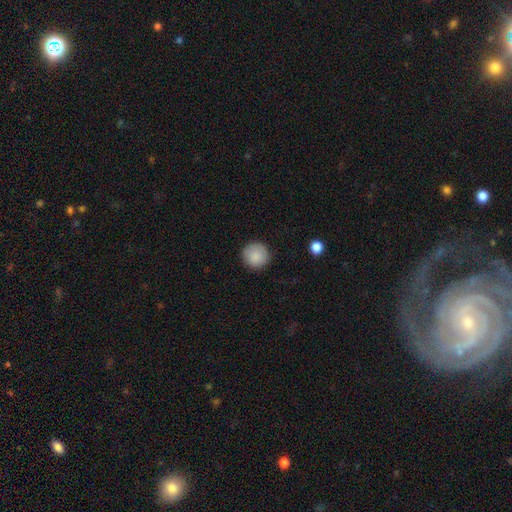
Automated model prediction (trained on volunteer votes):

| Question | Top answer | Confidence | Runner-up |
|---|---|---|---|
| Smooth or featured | smooth | 88% | star or artifact (8%) |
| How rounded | round | 95% | in between (4%) |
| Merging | none | 90% | minor disturbance (7%) |